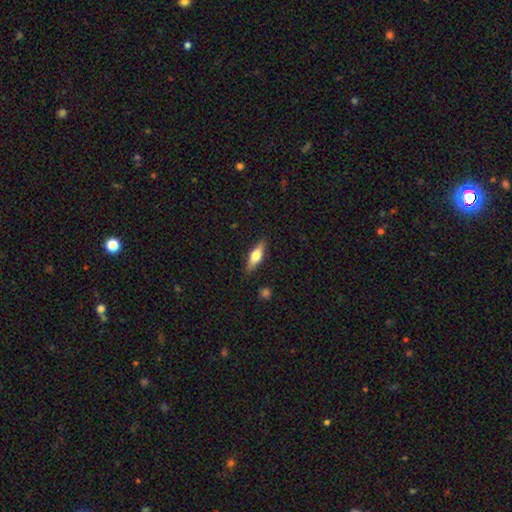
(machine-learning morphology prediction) smooth-or-featured: smooth: 48% | featured or disk: 45% | star or artifact: 7%
  merging: none: 86% | minor disturbance: 10% | major disturbance: 2% | merger: 1%